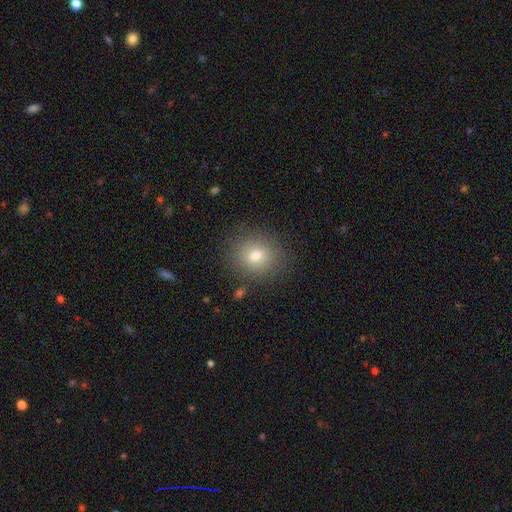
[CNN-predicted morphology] smooth-or-featured: smooth: 75% | star or artifact: 13% | featured or disk: 11%
  how-rounded: round: 84% | in between: 15% | cigar-shaped: 1%
  merging: none: 86% | minor disturbance: 9% | major disturbance: 3% | merger: 2%